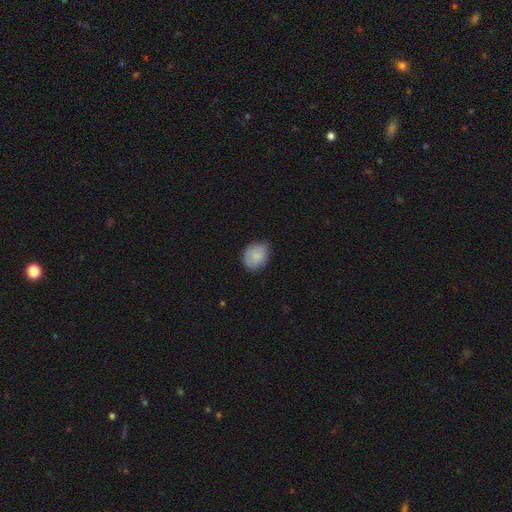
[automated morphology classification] type=smooth (80%); roundness=in between (50%); merging=none (67%).